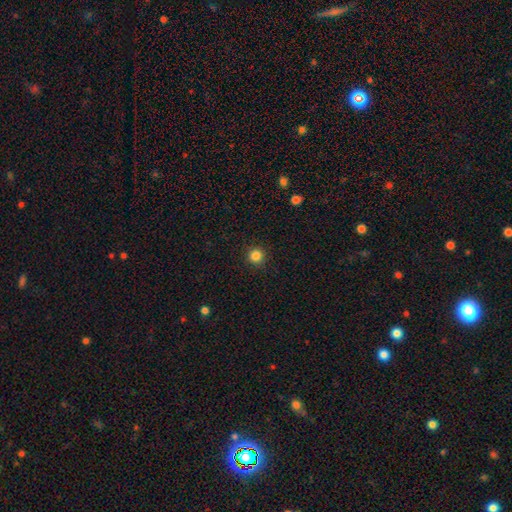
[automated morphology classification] Q: Smooth or featured?
A: smooth (84%); runner-up: star or artifact (12%)
Q: How rounded?
A: round (95%); runner-up: in between (4%)
Q: Merging?
A: none (92%); runner-up: minor disturbance (5%)